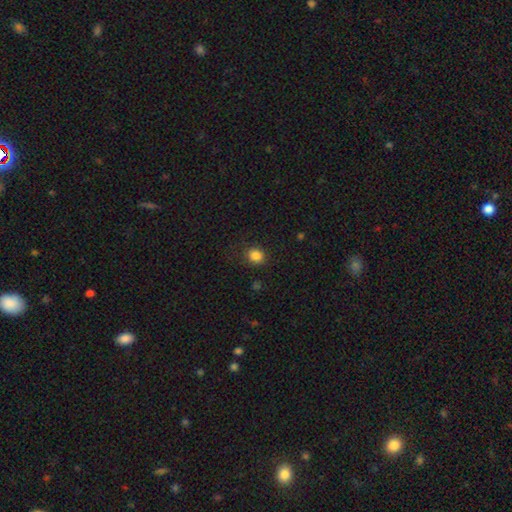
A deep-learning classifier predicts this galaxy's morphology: This is clearly a smooth galaxy (84%). How rounded: likely round (78%). Merging: clearly none (87%).